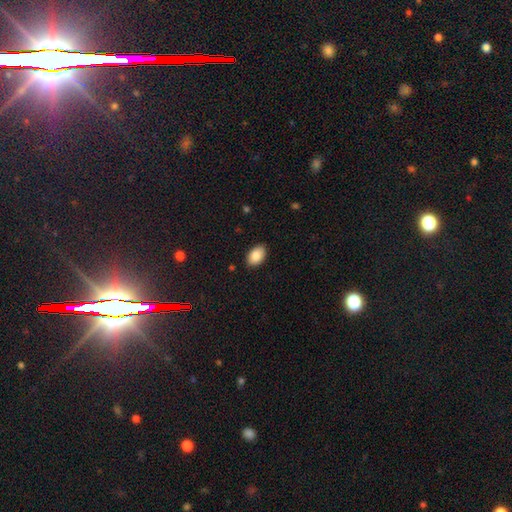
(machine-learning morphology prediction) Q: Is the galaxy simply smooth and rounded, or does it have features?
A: smooth — 86%.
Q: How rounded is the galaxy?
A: in between — 91%.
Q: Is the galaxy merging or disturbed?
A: none — 88%.